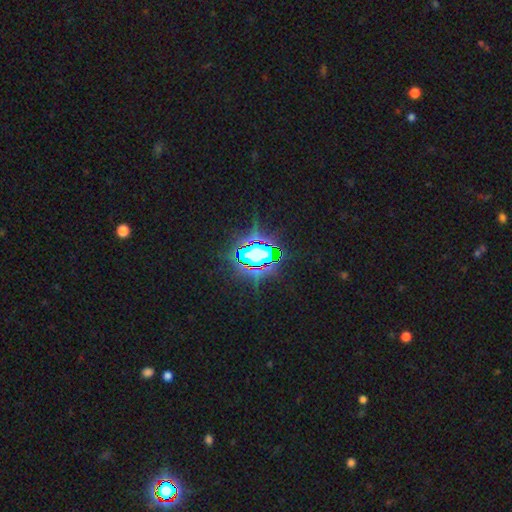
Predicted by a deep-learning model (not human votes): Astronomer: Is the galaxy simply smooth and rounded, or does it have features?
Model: star or artifact — 73%.